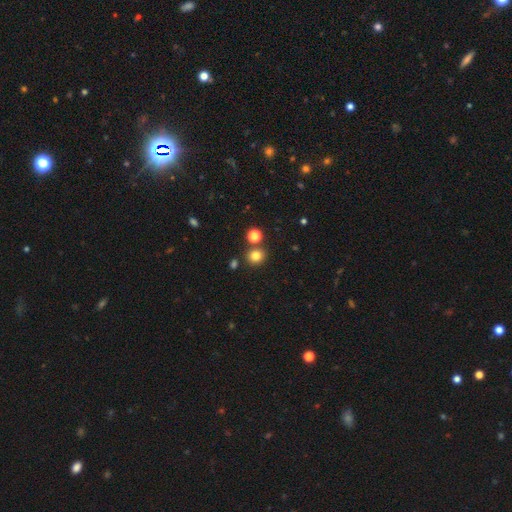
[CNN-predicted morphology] type=smooth (80%); roundness=round (88%); merging=none (81%).